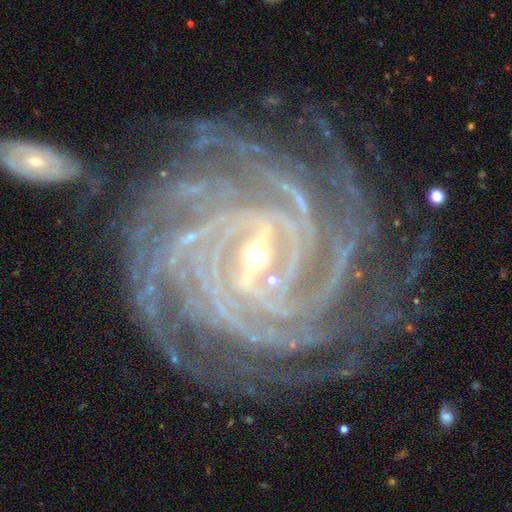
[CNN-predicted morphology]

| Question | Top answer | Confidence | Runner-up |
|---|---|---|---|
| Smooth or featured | featured or disk | 93% | star or artifact (4%) |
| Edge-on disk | no | 98% | yes (2%) |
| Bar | strong | 45% | weak (39%) |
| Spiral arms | yes | 99% | no (1%) |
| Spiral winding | tight | 87% | medium (12%) |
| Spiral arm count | more than 4 | 35% | 4 (32%) |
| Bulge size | small | 60% | moderate (37%) |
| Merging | none | 80% | minor disturbance (13%) |